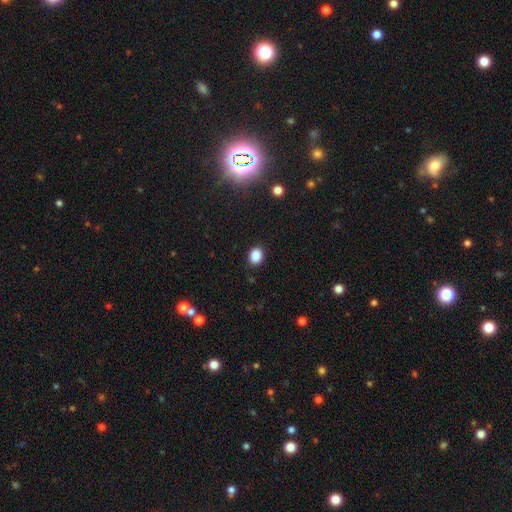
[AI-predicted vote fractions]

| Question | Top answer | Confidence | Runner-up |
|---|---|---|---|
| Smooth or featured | smooth | 88% | star or artifact (9%) |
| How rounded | in between | 51% | round (49%) |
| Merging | none | 89% | minor disturbance (8%) |